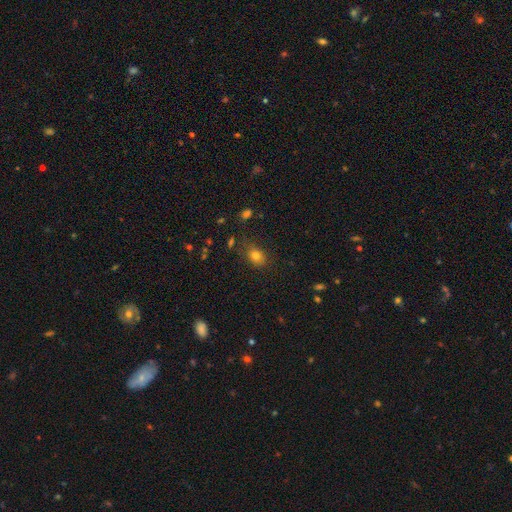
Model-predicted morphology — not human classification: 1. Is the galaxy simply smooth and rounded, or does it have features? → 77% smooth, 13% star or artifact, 9% featured or disk.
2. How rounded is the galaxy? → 64% in between, 35% round, 1% cigar-shaped.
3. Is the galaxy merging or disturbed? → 78% none, 15% minor disturbance, 5% major disturbance, 2% merger.